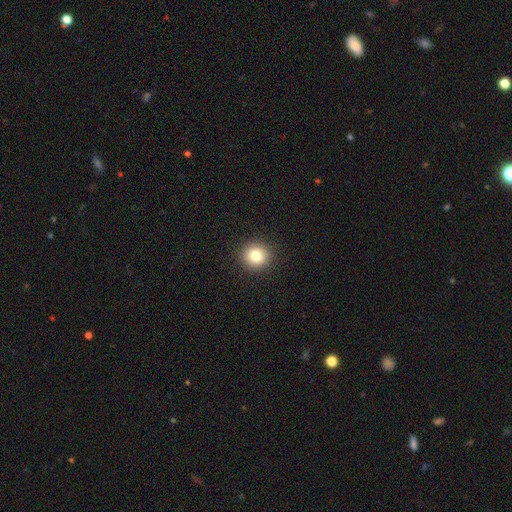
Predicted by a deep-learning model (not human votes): Q: Smooth or featured?
A: smooth (81%); runner-up: star or artifact (11%)
Q: How rounded?
A: round (91%); runner-up: in between (8%)
Q: Merging?
A: none (93%); runner-up: minor disturbance (5%)